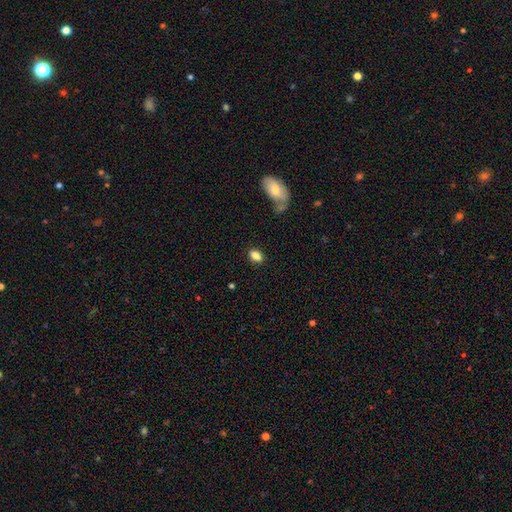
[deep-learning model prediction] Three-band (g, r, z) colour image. It shows a smooth galaxy with no disk features (84%) that is in between round and cigar-shaped (86%). Merging: none (82%).